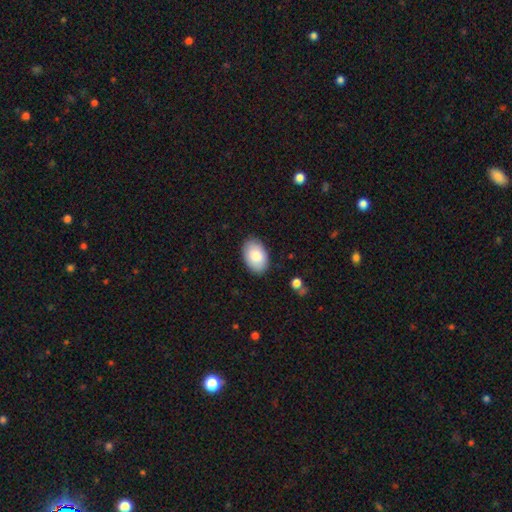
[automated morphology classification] smooth_or_featured: smooth (p=0.85) [alt: featured or disk p=0.09]
how_rounded: in between (p=0.91) [alt: round p=0.08]
merging: none (p=0.87) [alt: minor disturbance p=0.10]